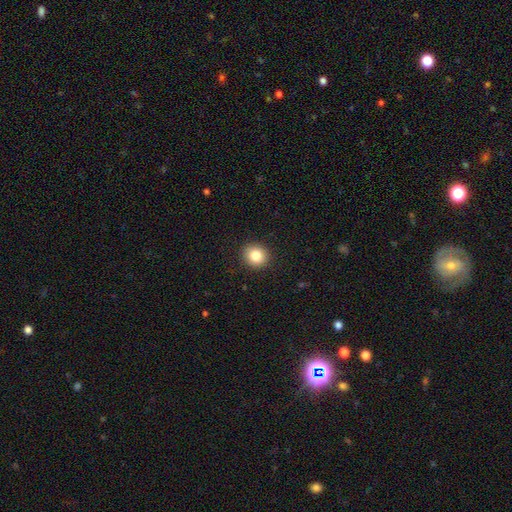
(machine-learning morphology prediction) Smooth or featured? smooth (84%)
How rounded? round (83%)
Merging? none (91%)